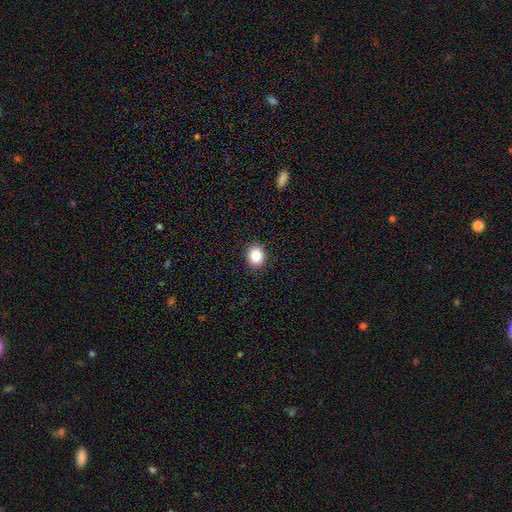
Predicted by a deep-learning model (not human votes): A smooth galaxy with no disk features (85%) that is round (73%).

Vote fractions:
- Smooth or featured? smooth: 85% / star or artifact: 10% / featured or disk: 5%
- How rounded? round: 73% / in between: 27% / cigar-shaped: 1%
- Merging? none: 91% / minor disturbance: 6% / major disturbance: 2% / merger: 1%